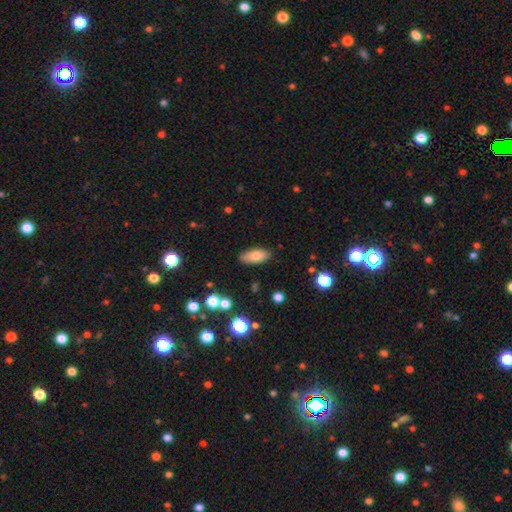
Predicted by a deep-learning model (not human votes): This appears to be a smooth galaxy with no disk features (78%) that is in between round and cigar-shaped (83%). Merging: none (85%).